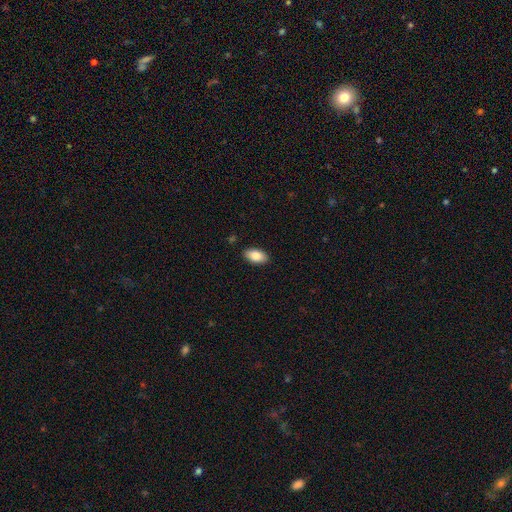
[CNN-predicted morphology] Smooth or featured: smooth — 85% (featured or disk — 8%)
How rounded: in between — 94% (round — 4%)
Merging: none — 89% (minor disturbance — 8%)